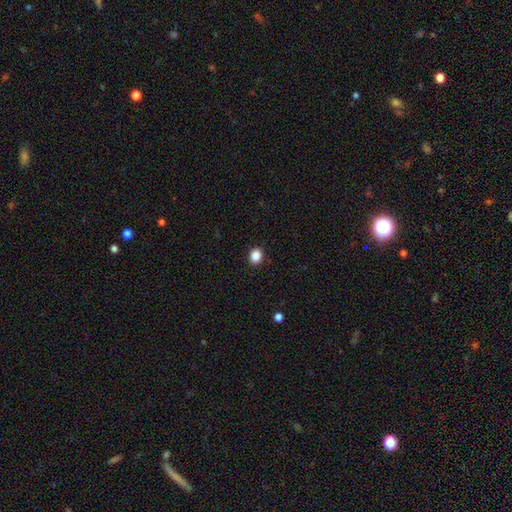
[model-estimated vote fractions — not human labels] This appears to be a smooth galaxy with no disk features (88%) that is round (52%). Merging: none (90%).